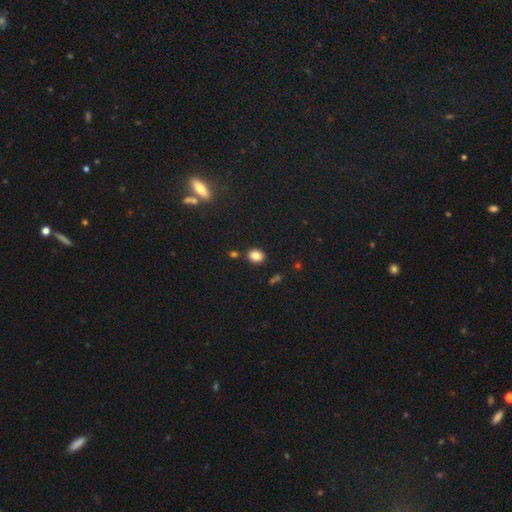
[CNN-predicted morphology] type=smooth (84%); roundness=in between (53%); merging=none (82%).